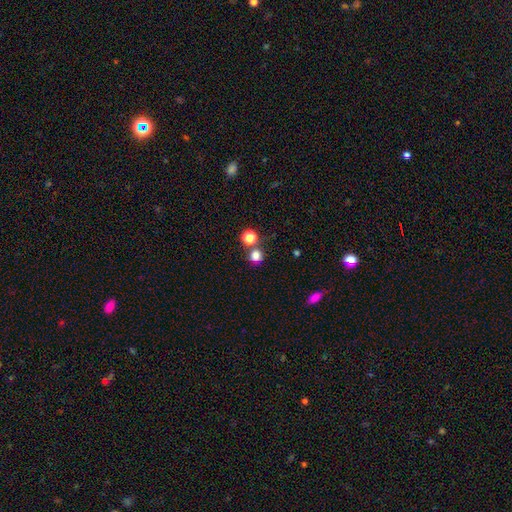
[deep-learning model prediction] A smooth galaxy with no disk features (77%) that is round (88%).

Vote fractions:
- Smooth or featured? smooth: 77% / star or artifact: 18% / featured or disk: 6%
- How rounded? round: 88% / in between: 11% / cigar-shaped: 1%
- Merging? none: 70% / merger: 19% / minor disturbance: 8% / major disturbance: 4%